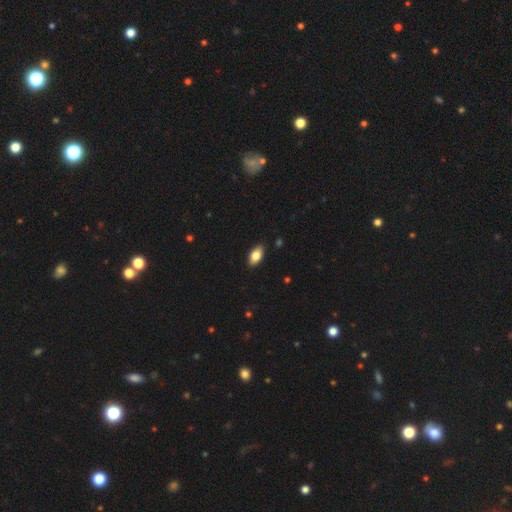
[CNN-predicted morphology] This is clearly a smooth galaxy (82%). How rounded: clearly in between (92%). Merging: clearly none (89%).